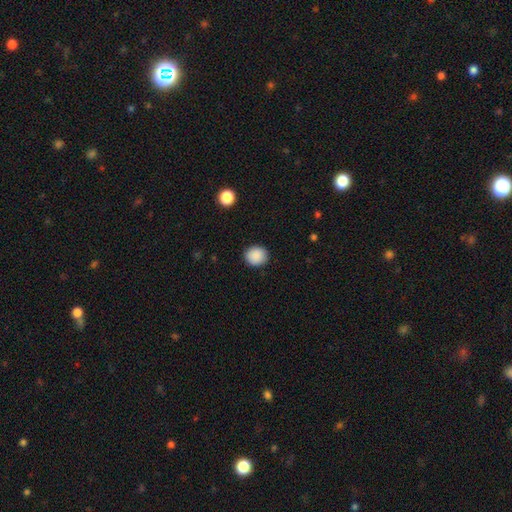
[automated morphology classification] smooth 89%, star or artifact 8%, featured or disk 3%. Down the decision tree: how rounded — round (85%); merging — none (90%).